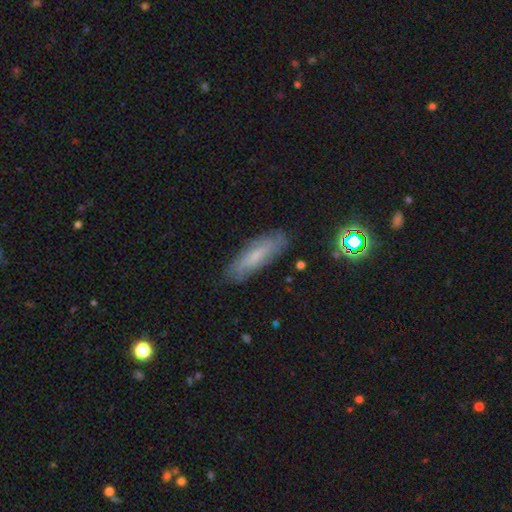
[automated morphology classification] Smooth or featured? Predicted: smooth (p=0.51). How rounded? Predicted: cigar-shaped (p=0.51). Merging? Predicted: none (p=0.81).